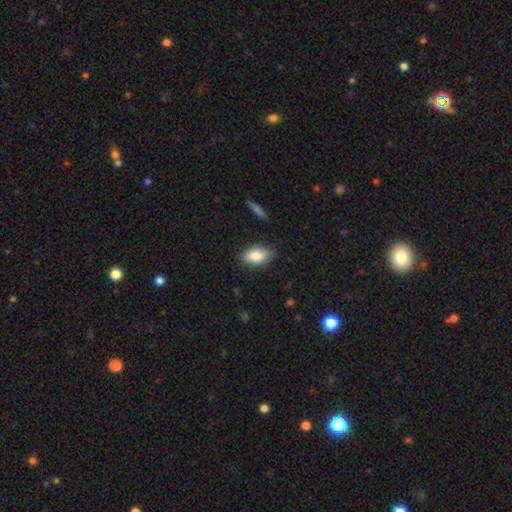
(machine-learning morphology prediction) Overall: smooth (86%). How rounded: in between (91%). Merging: none (80%).